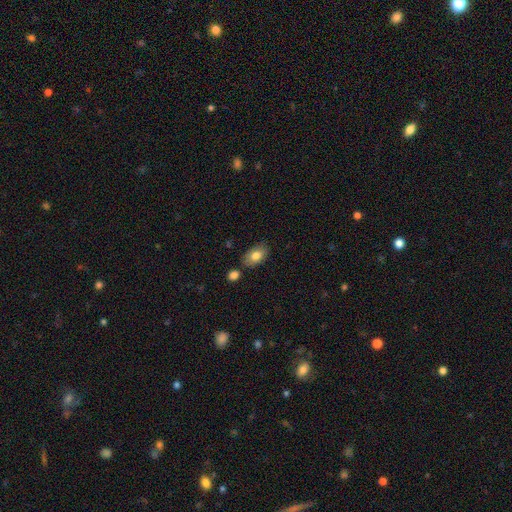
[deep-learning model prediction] Smooth or featured: smooth — 80% (featured or disk — 13%)
How rounded: in between — 91% (round — 8%)
Merging: none — 78% (minor disturbance — 14%)